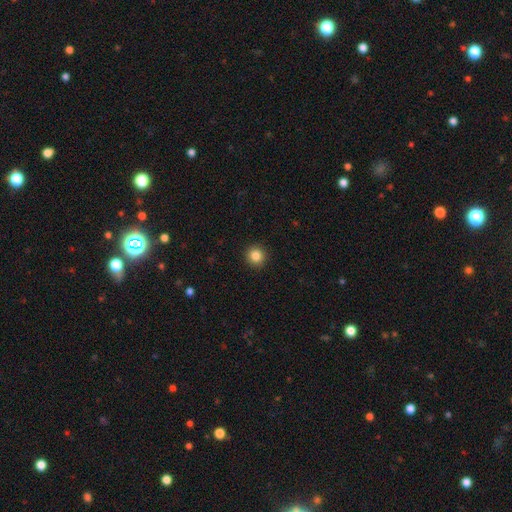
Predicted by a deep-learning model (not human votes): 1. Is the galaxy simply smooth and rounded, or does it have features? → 85% smooth, 11% star or artifact, 5% featured or disk.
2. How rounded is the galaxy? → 94% round, 5% in between, 1% cigar-shaped.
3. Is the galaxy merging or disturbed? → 93% none, 5% minor disturbance, 2% major disturbance, 1% merger.